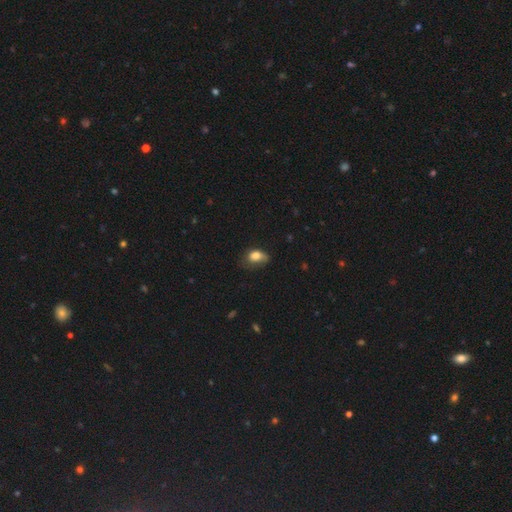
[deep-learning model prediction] Smooth or featured: smooth — 79% (featured or disk — 13%)
How rounded: in between — 81% (round — 17%)
Merging: none — 43% (minor disturbance — 38%)